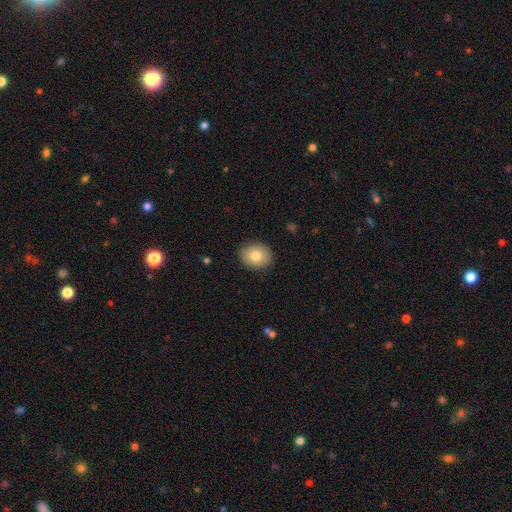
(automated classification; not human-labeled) This is likely a smooth galaxy (79%). How rounded: possibly round (57%). Merging: clearly none (89%).